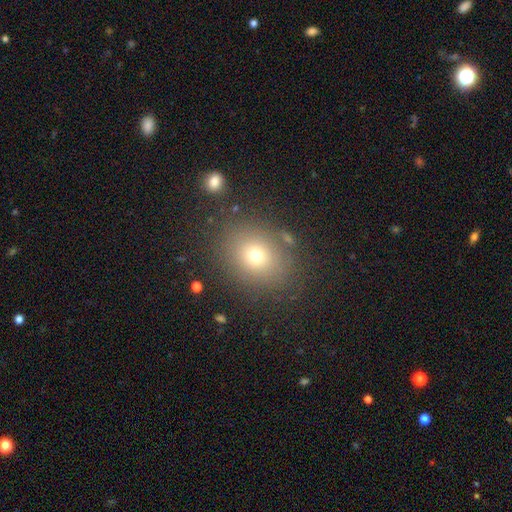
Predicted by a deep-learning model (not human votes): Smooth or featured: smooth — 70% (star or artifact — 18%)
How rounded: round — 57% (in between — 43%)
Merging: none — 81% (minor disturbance — 11%)